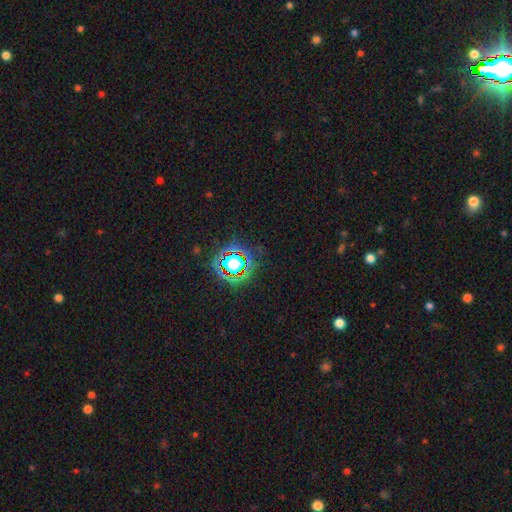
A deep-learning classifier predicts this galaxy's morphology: The model was most divided on "smooth or featured": star or artifact: 79%, smooth: 13%, featured or disk: 9%.